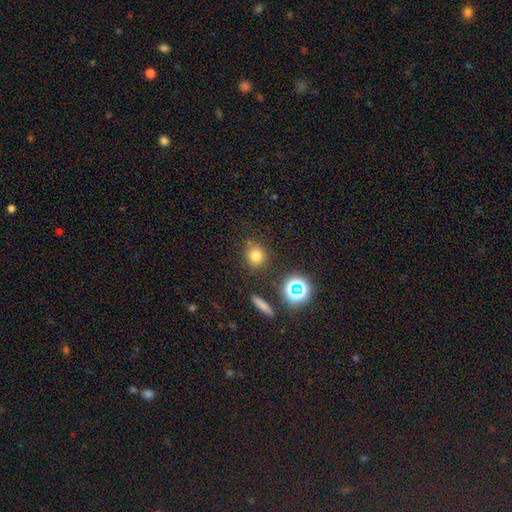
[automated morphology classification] Q: Smooth or featured?
A: smooth (74%); runner-up: star or artifact (19%)
Q: How rounded?
A: round (81%); runner-up: in between (17%)
Q: Merging?
A: none (79%); runner-up: minor disturbance (12%)